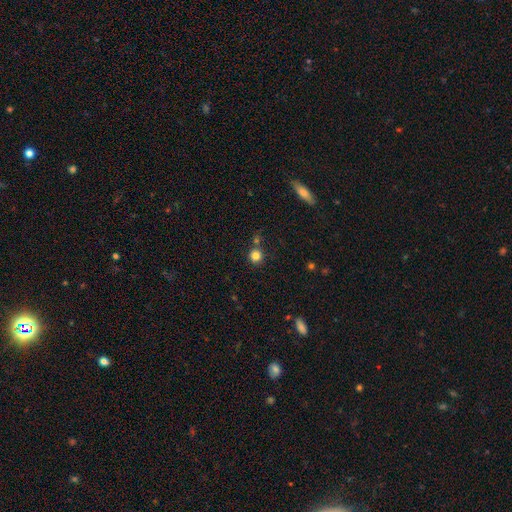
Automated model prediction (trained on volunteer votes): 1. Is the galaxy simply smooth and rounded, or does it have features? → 81% smooth, 13% star or artifact, 6% featured or disk.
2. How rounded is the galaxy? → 92% round, 7% in between, 1% cigar-shaped.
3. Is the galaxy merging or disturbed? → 75% none, 13% merger, 9% minor disturbance, 3% major disturbance.